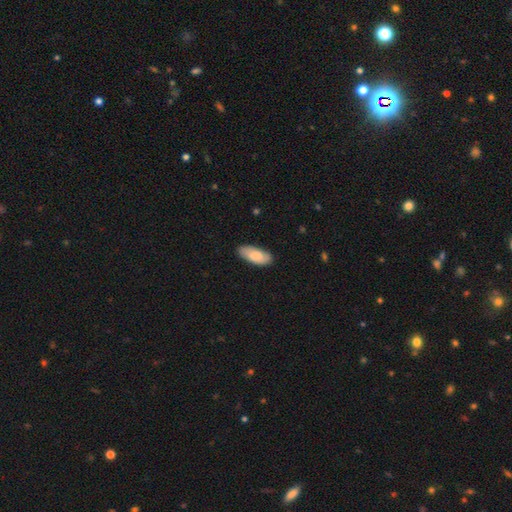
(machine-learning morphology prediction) Smooth or featured: smooth — 81% (featured or disk — 13%)
How rounded: in between — 86% (cigar-shaped — 12%)
Merging: none — 83% (minor disturbance — 13%)